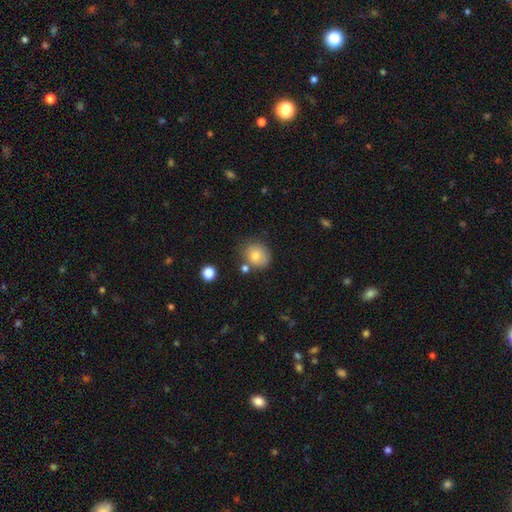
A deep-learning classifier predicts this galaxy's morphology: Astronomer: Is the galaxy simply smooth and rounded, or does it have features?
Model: smooth — 80%.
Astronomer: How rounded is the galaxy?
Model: round — 72%.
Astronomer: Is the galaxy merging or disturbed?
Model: none — 69%.